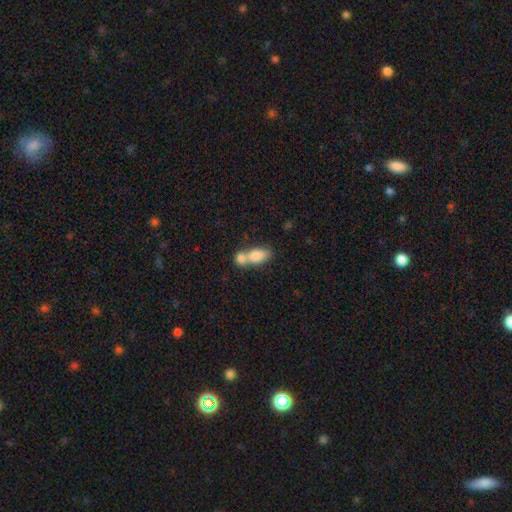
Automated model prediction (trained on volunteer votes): Smooth or featured?
  - smooth: 78% *
  - featured or disk: 15%
  - star or artifact: 7%
How rounded?
  - in between: 79% *
  - round: 12%
  - cigar-shaped: 9%
Merging?
  - merger: 65% *
  - none: 24%
  - minor disturbance: 8%
  - major disturbance: 4%